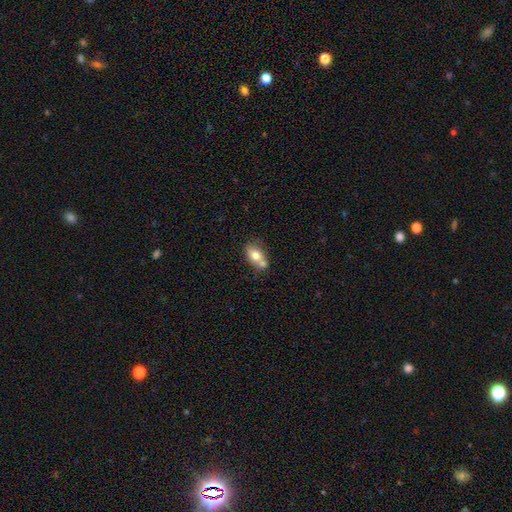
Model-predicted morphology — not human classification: Smooth or featured?
  - smooth: 70% *
  - featured or disk: 21%
  - star or artifact: 8%
How rounded?
  - in between: 79% *
  - round: 18%
  - cigar-shaped: 3%
Merging?
  - none: 42% *
  - merger: 39%
  - minor disturbance: 14%
  - major disturbance: 5%